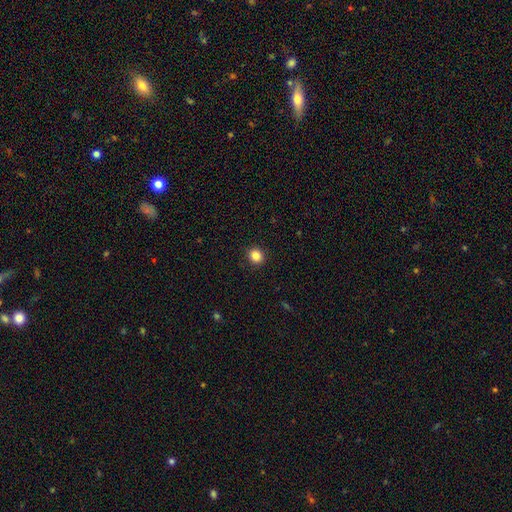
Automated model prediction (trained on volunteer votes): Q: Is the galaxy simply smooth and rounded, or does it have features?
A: smooth — 85%.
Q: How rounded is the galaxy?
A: round — 87%.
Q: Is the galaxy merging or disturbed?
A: none — 92%.